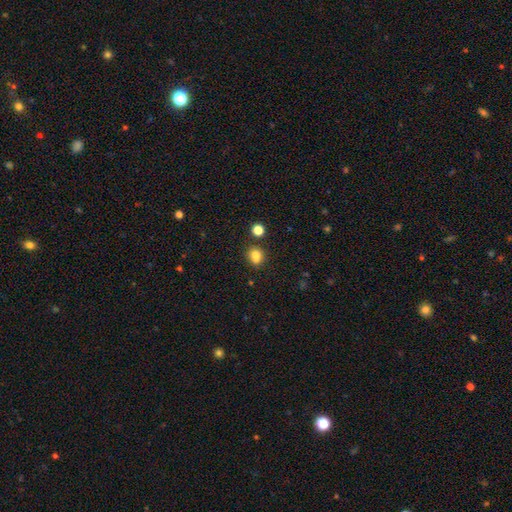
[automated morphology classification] This appears to be a smooth galaxy with no disk features (78%) that is round (68%). Merging: none (64%).